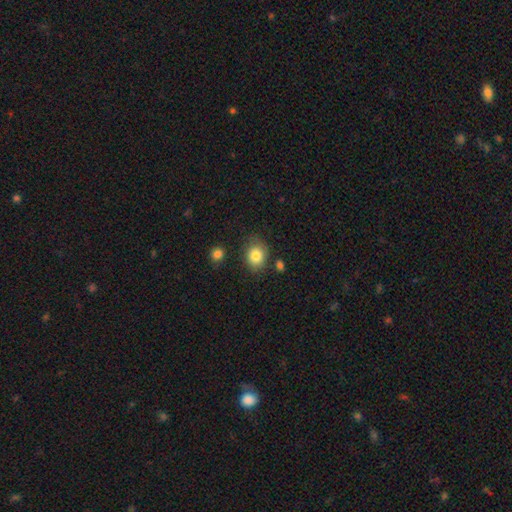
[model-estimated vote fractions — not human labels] Morphology: type=smooth (84%); roundness=round (59%); merging=none (74%).